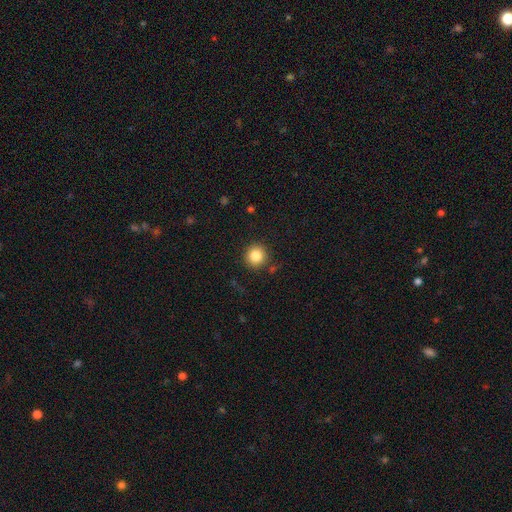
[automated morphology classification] smooth_or_featured: smooth (p=0.84) [alt: star or artifact p=0.10]
how_rounded: round (p=0.94) [alt: in between p=0.05]
merging: none (p=0.88) [alt: minor disturbance p=0.08]